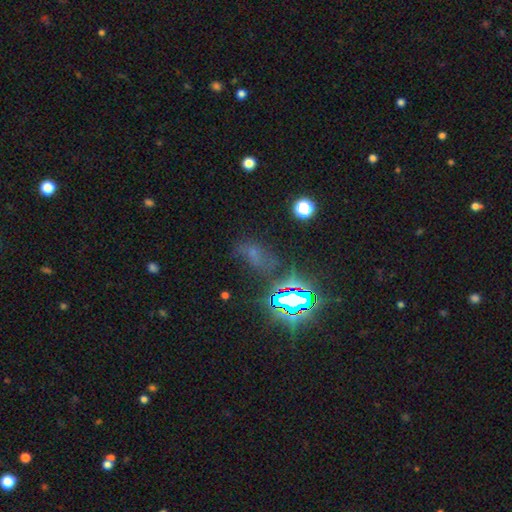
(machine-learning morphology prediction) Smooth or featured? Predicted: star or artifact (p=0.54).